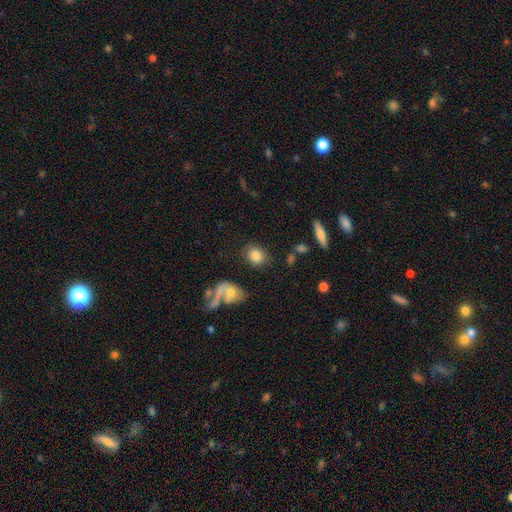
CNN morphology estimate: The model was most divided on "how rounded": round: 57%, in between: 41%, cigar-shaped: 2%. More confident: smooth or featured — smooth (82%); merging — none (74%).